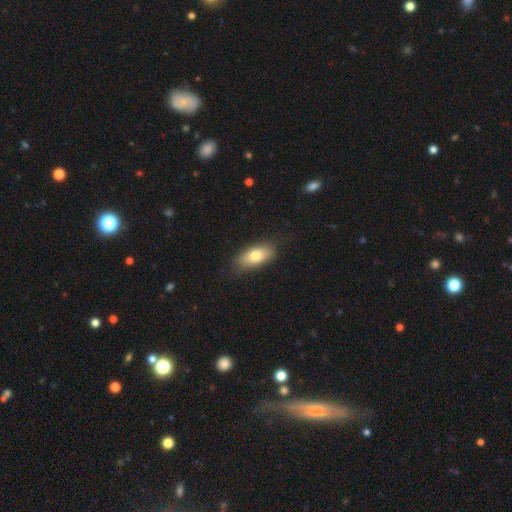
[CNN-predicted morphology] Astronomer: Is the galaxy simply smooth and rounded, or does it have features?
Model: smooth — 77%.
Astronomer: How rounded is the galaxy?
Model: in between — 86%.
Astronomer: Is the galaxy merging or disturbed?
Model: none — 81%.